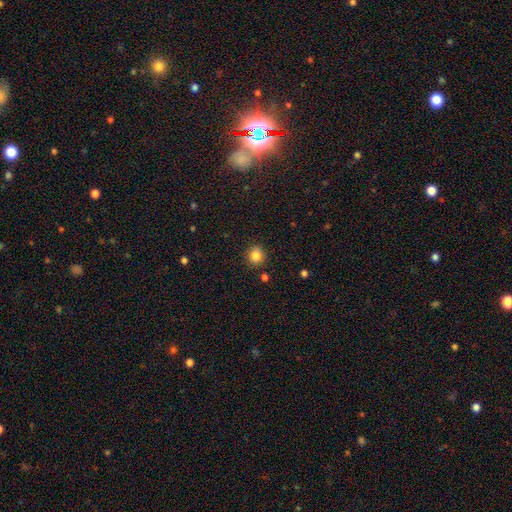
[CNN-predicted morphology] A smooth galaxy with no disk features (84%) that is round (87%). Merging: none (87%).